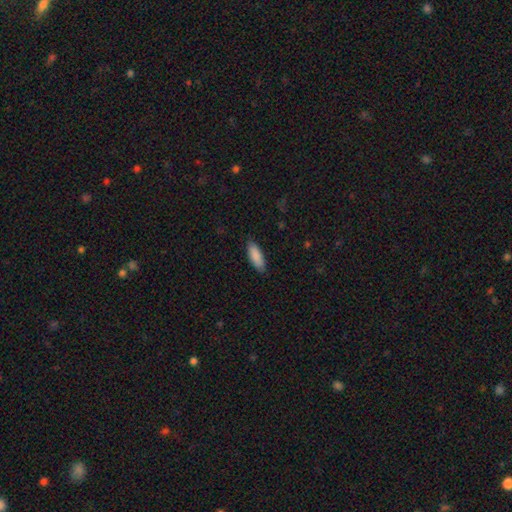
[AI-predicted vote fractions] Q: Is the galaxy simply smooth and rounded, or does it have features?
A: smooth — 89%.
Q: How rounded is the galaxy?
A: in between — 68%.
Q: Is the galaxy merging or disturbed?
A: none — 86%.